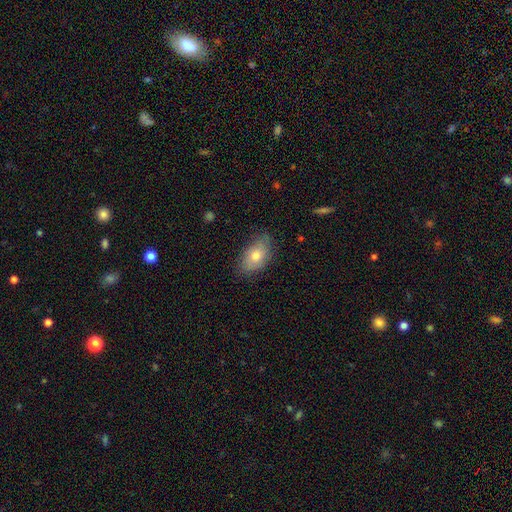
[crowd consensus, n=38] A smooth galaxy with no disk features (63%) that is in between round and cigar-shaped (88%). Merging: none (69%).